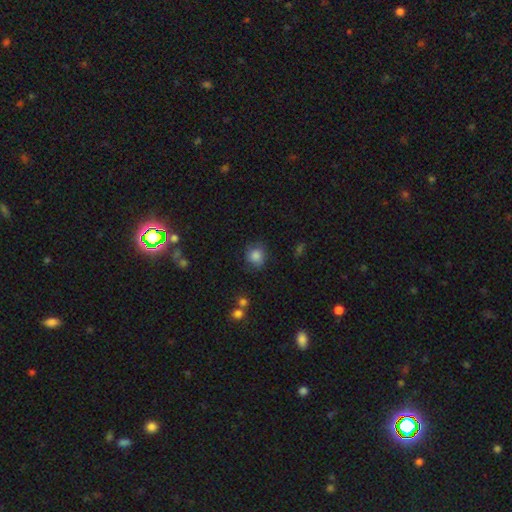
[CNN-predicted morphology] smooth-or-featured: smooth: 84% | star or artifact: 10% | featured or disk: 6%
  how-rounded: round: 83% | in between: 16% | cigar-shaped: 1%
  merging: none: 75% | minor disturbance: 18% | major disturbance: 5% | merger: 2%